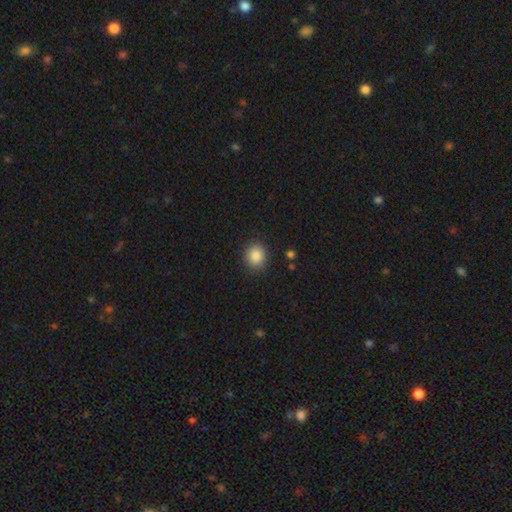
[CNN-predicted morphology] Smooth or featured? smooth (87%)
How rounded? round (75%)
Merging? none (89%)